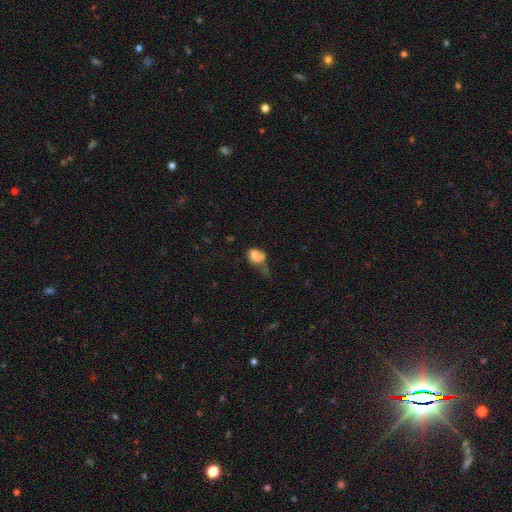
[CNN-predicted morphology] Smooth or featured?
  - smooth: 63% *
  - featured or disk: 25%
  - star or artifact: 12%
How rounded?
  - in between: 67% *
  - round: 31%
  - cigar-shaped: 2%
Merging?
  - major disturbance: 30% *
  - merger: 28%
  - minor disturbance: 21%
  - none: 21%